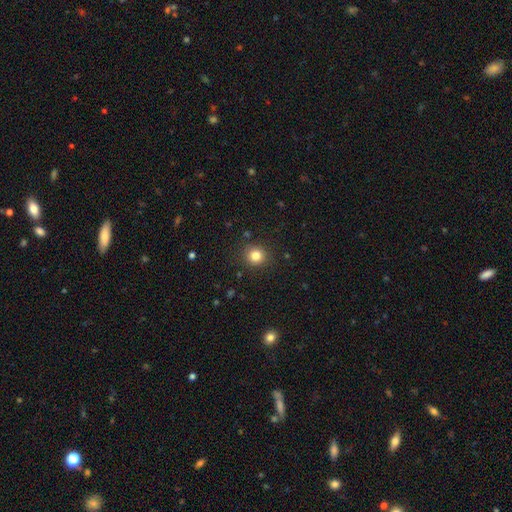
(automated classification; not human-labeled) smooth-or-featured: smooth: 82% | star or artifact: 13% | featured or disk: 6%
  how-rounded: round: 92% | in between: 7% | cigar-shaped: 1%
  merging: none: 90% | minor disturbance: 7% | major disturbance: 2% | merger: 1%